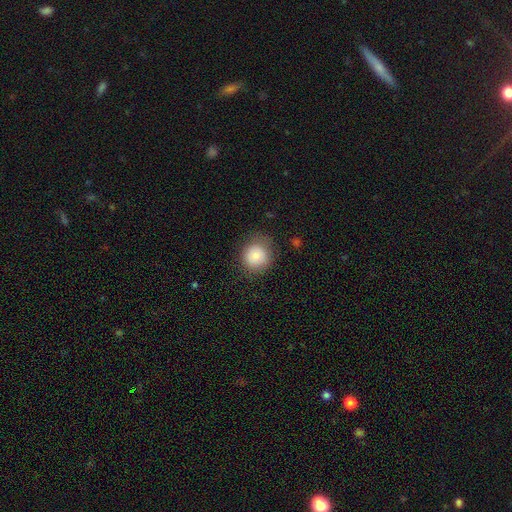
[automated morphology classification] Smooth or featured? Predicted: smooth (p=0.83). How rounded? Predicted: round (p=0.87). Merging? Predicted: none (p=0.78).